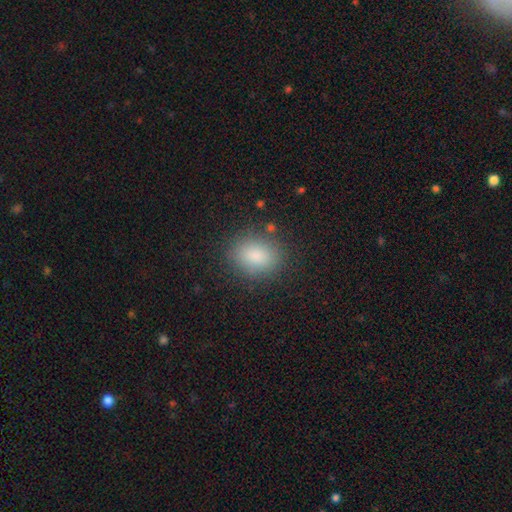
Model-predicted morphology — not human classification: A smooth galaxy with no disk features (85%) that is in between round and cigar-shaped (62%). Merging: none (84%).